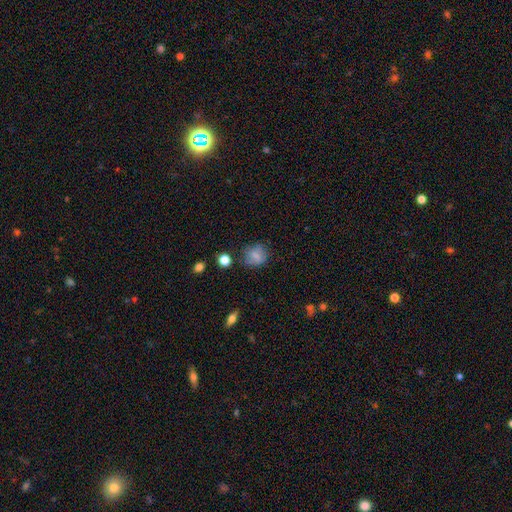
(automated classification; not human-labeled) Smooth or featured?
  - smooth: 72% *
  - featured or disk: 16%
  - star or artifact: 12%
How rounded?
  - round: 71% *
  - in between: 28%
  - cigar-shaped: 1%
Merging?
  - none: 69% *
  - minor disturbance: 20%
  - major disturbance: 7%
  - merger: 3%